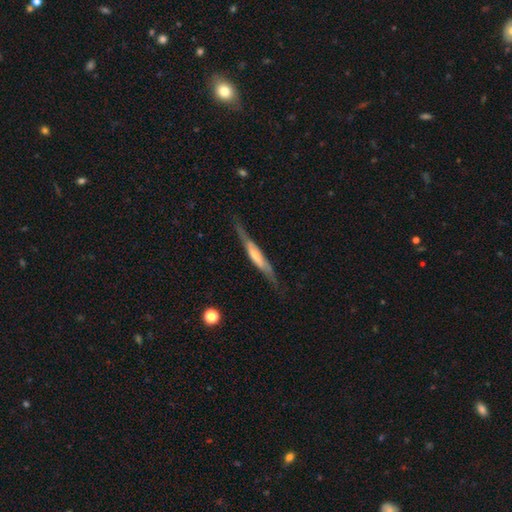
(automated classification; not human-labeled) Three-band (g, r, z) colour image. It shows a featured or disk galaxy (59%) viewed edge-on (85%) with a rounded central bulge (35%). Merging: none (73%).